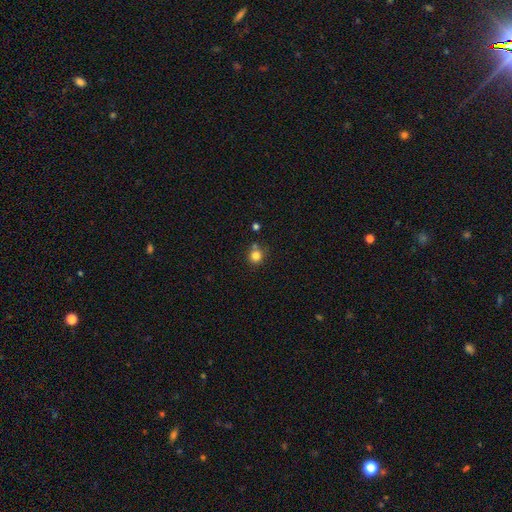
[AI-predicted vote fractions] A smooth galaxy with no disk features (82%) that is round (90%).

Vote fractions:
- Smooth or featured? smooth: 82% / star or artifact: 12% / featured or disk: 6%
- How rounded? round: 90% / in between: 10% / cigar-shaped: 1%
- Merging? none: 71% / merger: 14% / minor disturbance: 12% / major disturbance: 4%